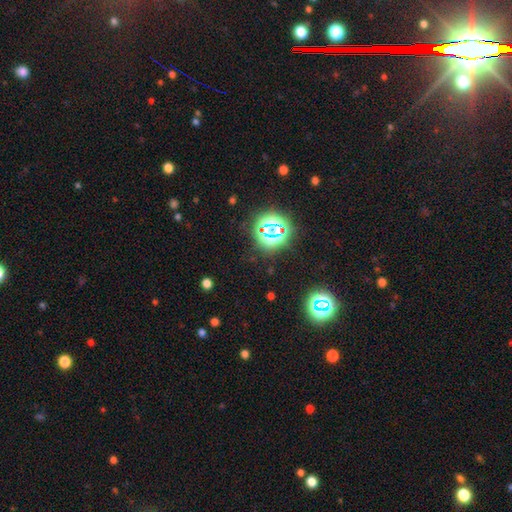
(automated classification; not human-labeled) Smooth or featured?
  - star or artifact: 79% *
  - smooth: 14%
  - featured or disk: 7%